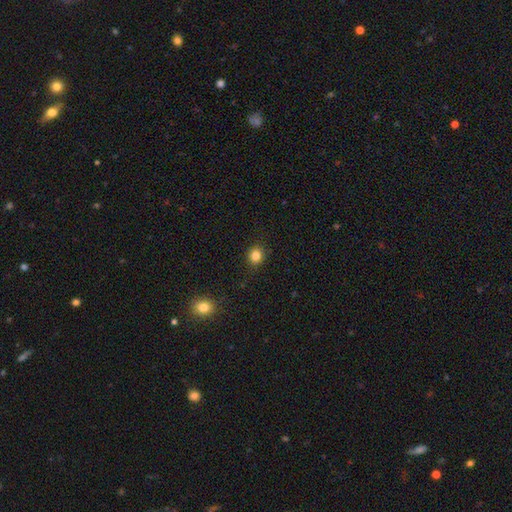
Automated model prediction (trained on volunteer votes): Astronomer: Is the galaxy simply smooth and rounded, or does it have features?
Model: smooth — 83%.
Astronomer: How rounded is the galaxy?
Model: round — 80%.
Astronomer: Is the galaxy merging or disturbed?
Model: none — 89%.